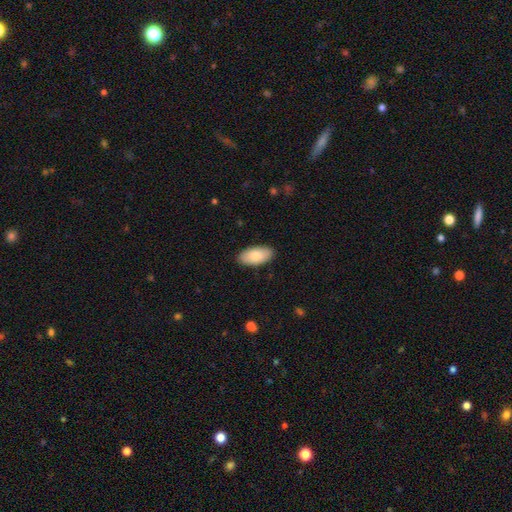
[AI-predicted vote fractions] Smooth or featured?
  - smooth: 84% *
  - featured or disk: 10%
  - star or artifact: 5%
How rounded?
  - in between: 95% *
  - cigar-shaped: 3%
  - round: 2%
Merging?
  - none: 88% *
  - minor disturbance: 9%
  - major disturbance: 2%
  - merger: 1%